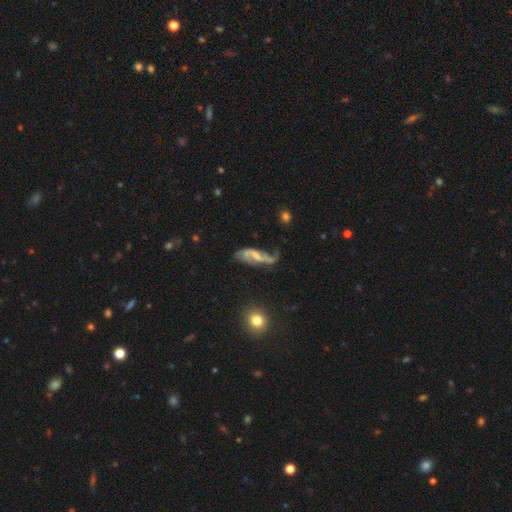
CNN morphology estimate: Smooth or featured?
  - featured or disk: 75% *
  - smooth: 17%
  - star or artifact: 7%
Edge-on disk?
  - no: 90% *
  - yes: 10%
Bar?
  - weak: 42% *
  - strong: 30%
  - no: 28%
Spiral arms?
  - yes: 87% *
  - no: 13%
Spiral winding?
  - loose: 79% *
  - medium: 16%
  - tight: 5%
Spiral arm count?
  - 2: 85% *
  - 1: 7%
  - can't tell: 5%
  - 3: 1%
  - 4: 1%
  - more than 4: 1%
Bulge size?
  - none: 36% *
  - small: 34%
  - moderate: 23%
  - large: 5%
  - dominant: 2%
Merging?
  - none: 46% *
  - minor disturbance: 24%
  - major disturbance: 23%
  - merger: 7%